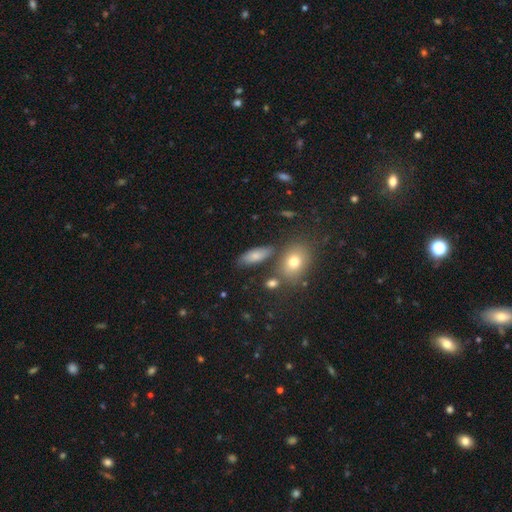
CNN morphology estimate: smooth_or_featured: smooth (p=0.74) [alt: featured or disk p=0.16]
how_rounded: in between (p=0.72) [alt: cigar-shaped p=0.21]
merging: none (p=0.72) [alt: minor disturbance p=0.15]